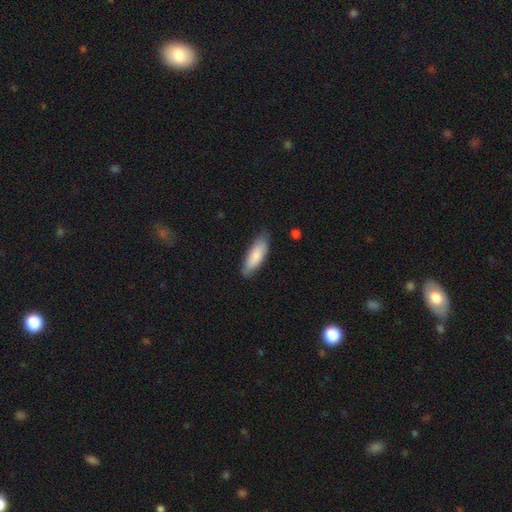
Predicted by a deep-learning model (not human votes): This is clearly a smooth galaxy (83%). How rounded: likely in between (63%). Merging: likely none (80%).